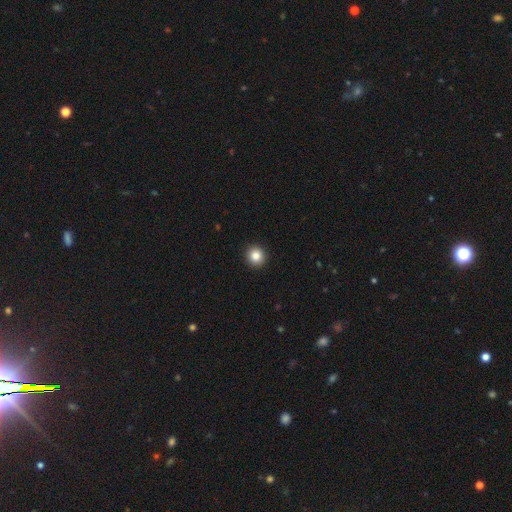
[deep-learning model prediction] This appears to be a smooth galaxy with no disk features (85%) that is round (94%). Merging: none (93%).